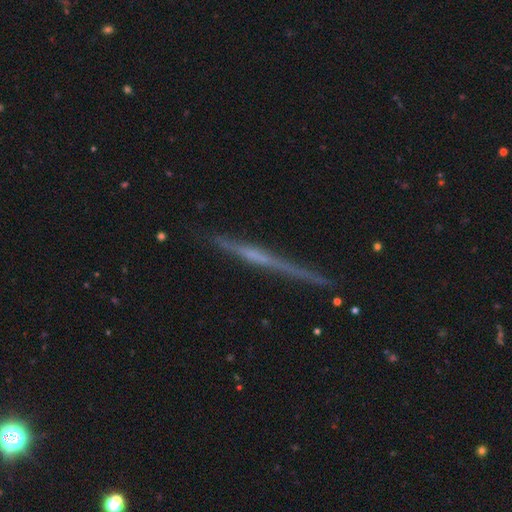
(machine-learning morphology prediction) Smooth or featured? featured or disk (67%)
Edge-on disk? yes (98%)
Edge-on bulge? none (76%)
Merging? none (86%)